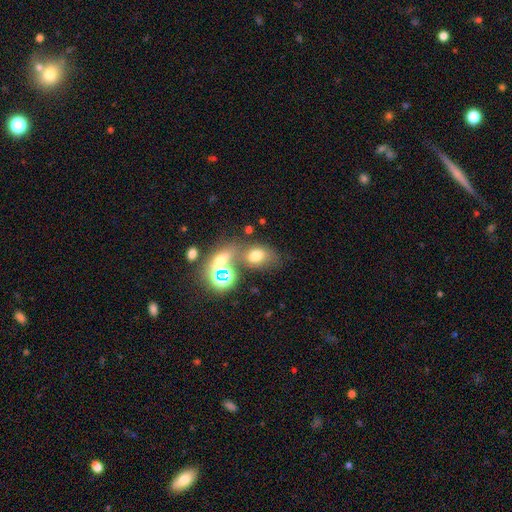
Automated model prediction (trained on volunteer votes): A smooth galaxy with no disk features (64%) that is in between round and cigar-shaped (68%).

Vote fractions:
- Smooth or featured? smooth: 64% / star or artifact: 21% / featured or disk: 15%
- How rounded? in between: 68% / round: 30% / cigar-shaped: 2%
- Merging? none: 46% / merger: 31% / minor disturbance: 15% / major disturbance: 9%